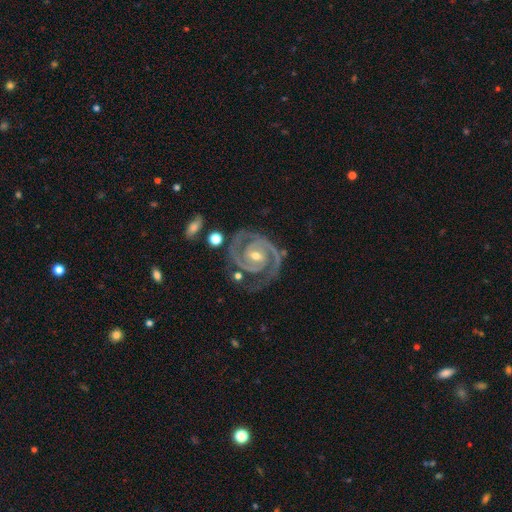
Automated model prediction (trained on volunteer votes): Smooth or featured: featured or disk — 93% (star or artifact — 4%)
Edge-on disk: no — 98% (yes — 2%)
Bar: no — 38% (tied with weak — 38%)
Spiral arms: yes — 99% (no — 1%)
Spiral winding: tight — 71% (medium — 27%)
Spiral arm count: 2 — 89% (3 — 5%)
Bulge size: moderate — 51% (small — 46%)
Merging: none — 77% (minor disturbance — 15%)